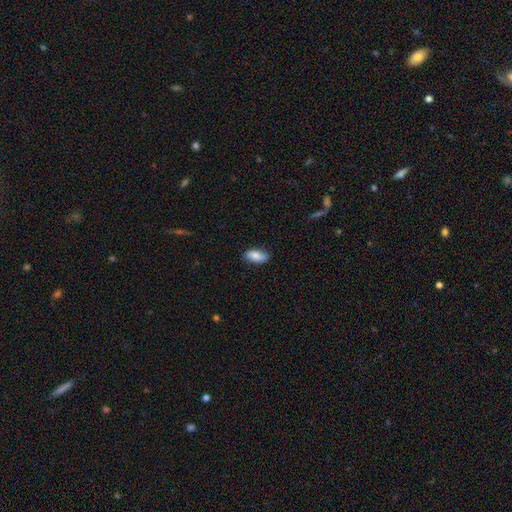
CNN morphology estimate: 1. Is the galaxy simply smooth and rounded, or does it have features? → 83% smooth, 11% featured or disk, 7% star or artifact.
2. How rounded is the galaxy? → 91% in between, 6% cigar-shaped, 3% round.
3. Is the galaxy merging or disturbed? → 80% none, 16% minor disturbance, 3% major disturbance, 1% merger.